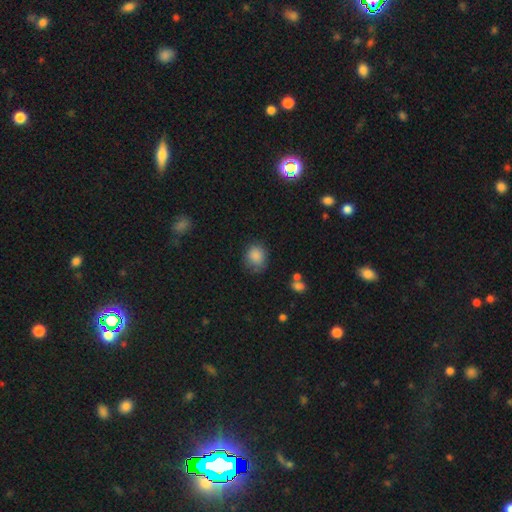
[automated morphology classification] Smooth or featured? Predicted: smooth (p=0.86). How rounded? Predicted: round (p=0.74). Merging? Predicted: none (p=0.69).